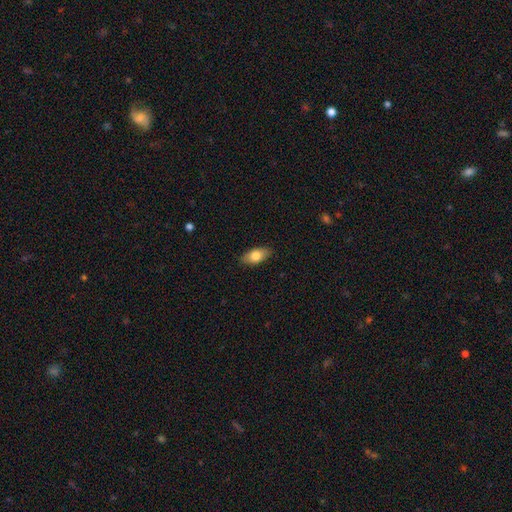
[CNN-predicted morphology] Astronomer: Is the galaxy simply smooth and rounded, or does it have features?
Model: smooth — 78%.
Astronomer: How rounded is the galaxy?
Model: in between — 89%.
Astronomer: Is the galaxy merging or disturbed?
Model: none — 87%.